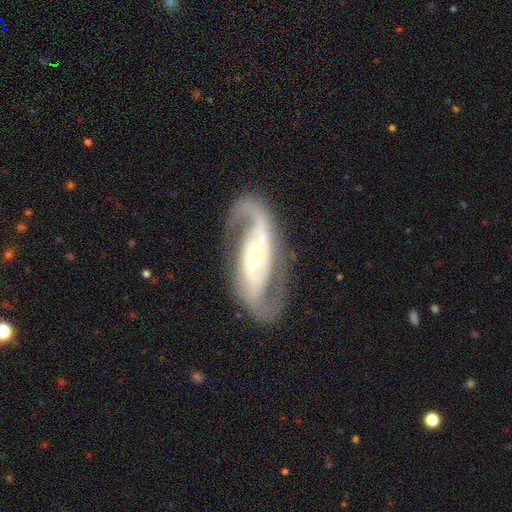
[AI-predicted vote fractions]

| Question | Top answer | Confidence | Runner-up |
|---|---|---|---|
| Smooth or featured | featured or disk | 88% | smooth (7%) |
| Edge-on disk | no | 94% | yes (6%) |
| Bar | no | 37% | strong (32%) |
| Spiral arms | yes | 95% | no (5%) |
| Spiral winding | medium | 48% | loose (28%) |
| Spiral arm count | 2 | 88% | can't tell (4%) |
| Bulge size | small | 62% | moderate (31%) |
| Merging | none | 75% | minor disturbance (14%) |